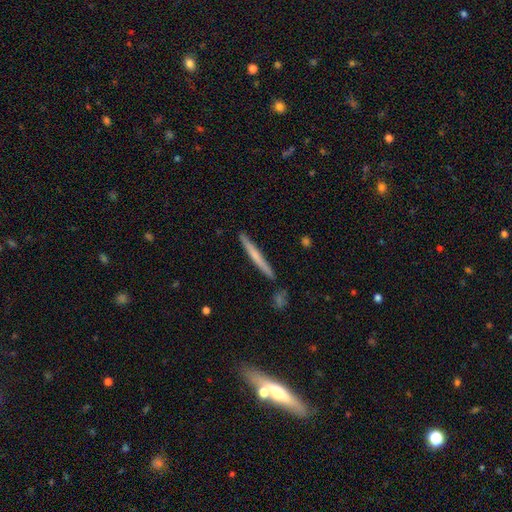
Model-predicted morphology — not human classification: type=smooth (54%); roundness=cigar-shaped (97%); merging=none (89%).